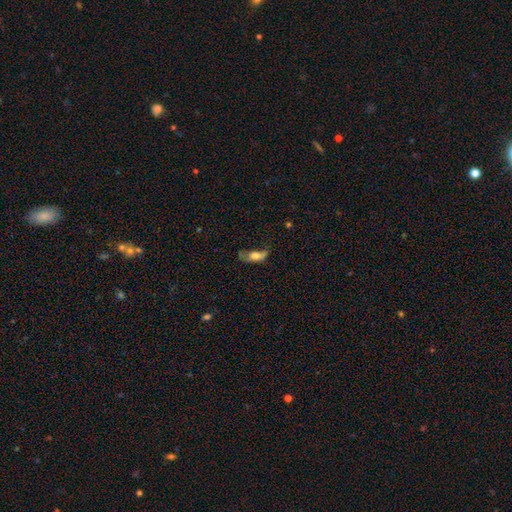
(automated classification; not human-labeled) Q: Smooth or featured?
A: smooth (63%); runner-up: featured or disk (28%)
Q: How rounded?
A: in between (76%); runner-up: cigar-shaped (19%)
Q: Merging?
A: major disturbance (39%); runner-up: minor disturbance (30%)